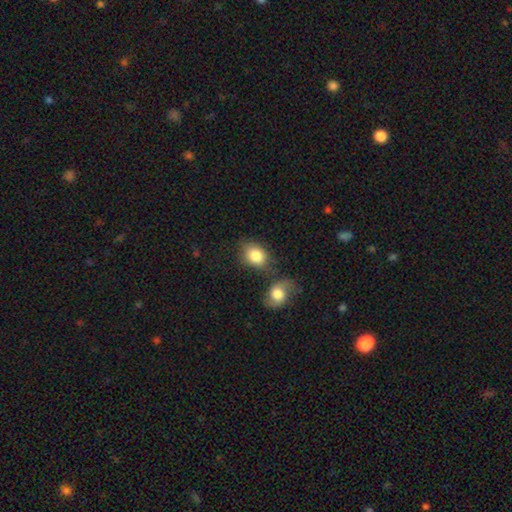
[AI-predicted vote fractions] Morphology: type=smooth (83%); roundness=in between (62%); merging=none (61%).